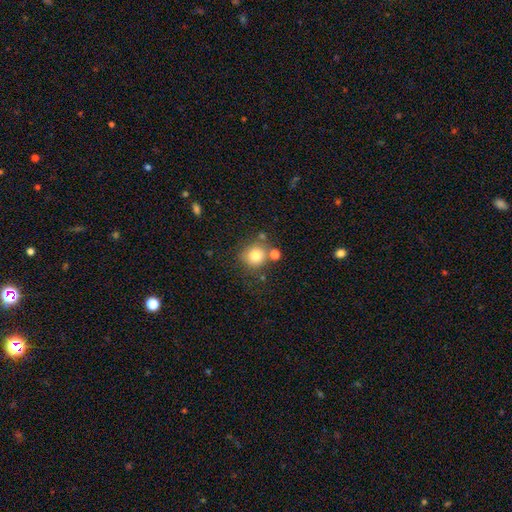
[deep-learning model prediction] Smooth or featured: smooth — 79% (star or artifact — 12%)
How rounded: round — 88% (in between — 11%)
Merging: none — 68% (merger — 14%)